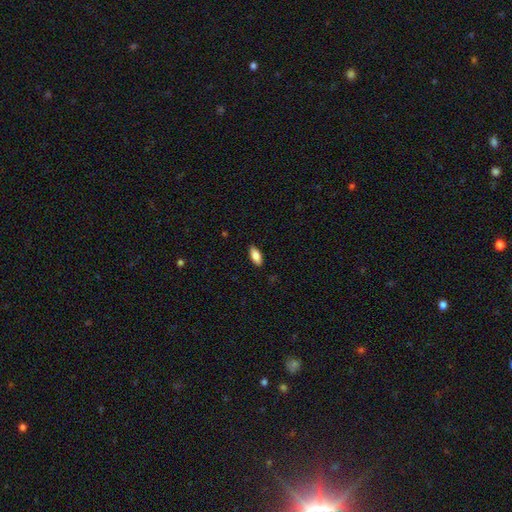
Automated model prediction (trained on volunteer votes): Overall: smooth (85%). How rounded: in between (85%). Merging: none (88%).